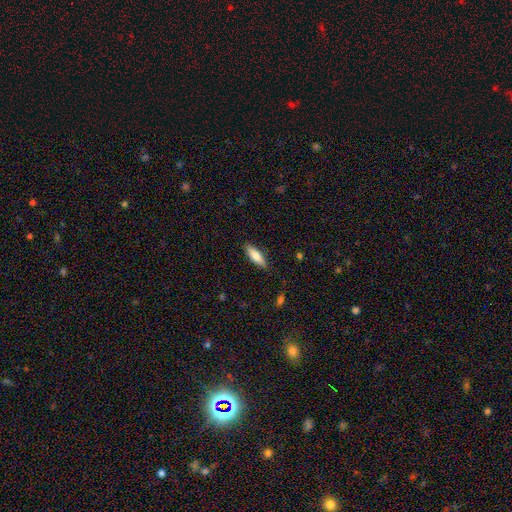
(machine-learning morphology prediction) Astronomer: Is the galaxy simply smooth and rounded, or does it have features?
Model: smooth — 74%.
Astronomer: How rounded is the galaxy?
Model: cigar-shaped — 49%, tied with in between at 49%.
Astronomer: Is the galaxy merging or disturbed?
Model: none — 87%.